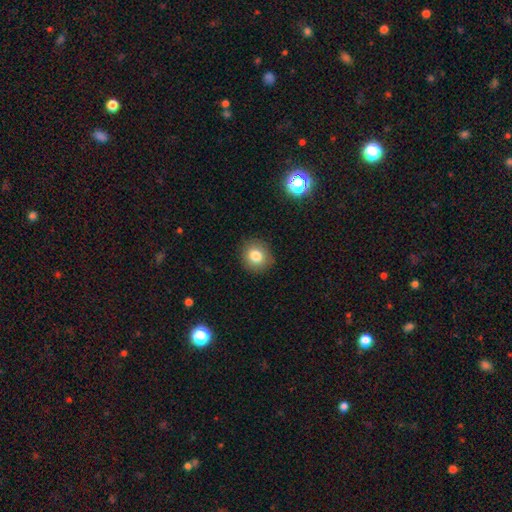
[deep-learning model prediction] Smooth or featured: smooth — 81% (star or artifact — 11%)
How rounded: round — 87% (in between — 12%)
Merging: none — 88% (minor disturbance — 8%)